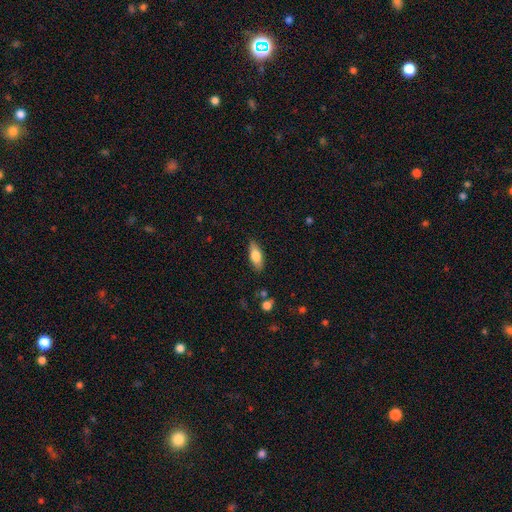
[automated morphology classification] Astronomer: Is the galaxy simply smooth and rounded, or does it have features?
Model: smooth — 73%.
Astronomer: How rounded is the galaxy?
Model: in between — 74%.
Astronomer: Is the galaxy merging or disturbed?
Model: none — 86%.